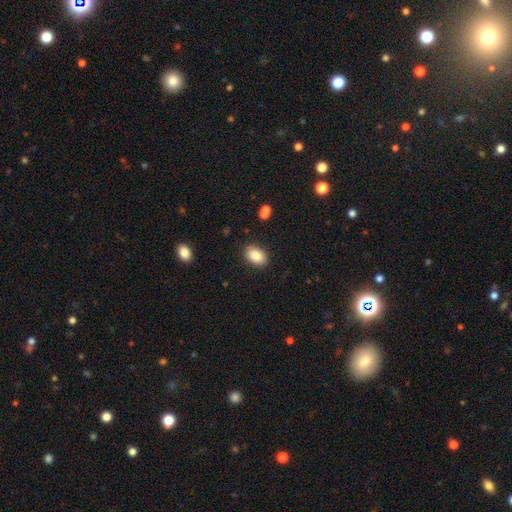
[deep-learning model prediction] smooth-or-featured: smooth: 87% | star or artifact: 8% | featured or disk: 6%
  how-rounded: in between: 87% | round: 12% | cigar-shaped: 1%
  merging: none: 86% | minor disturbance: 10% | major disturbance: 2% | merger: 1%